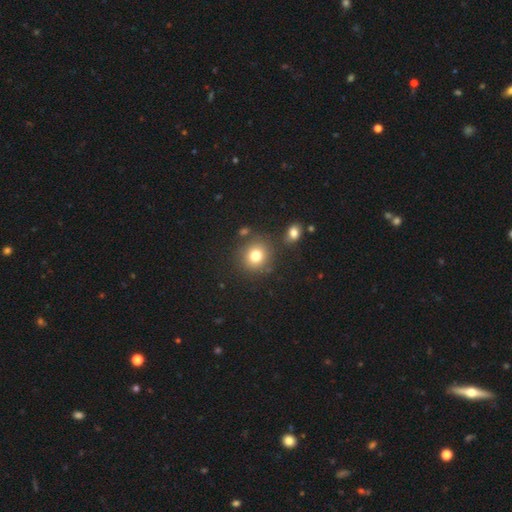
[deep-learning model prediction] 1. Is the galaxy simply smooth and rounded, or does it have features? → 79% smooth, 12% star or artifact, 9% featured or disk.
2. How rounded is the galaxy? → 88% round, 12% in between, 1% cigar-shaped.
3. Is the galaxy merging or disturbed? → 81% none, 9% minor disturbance, 7% merger, 3% major disturbance.